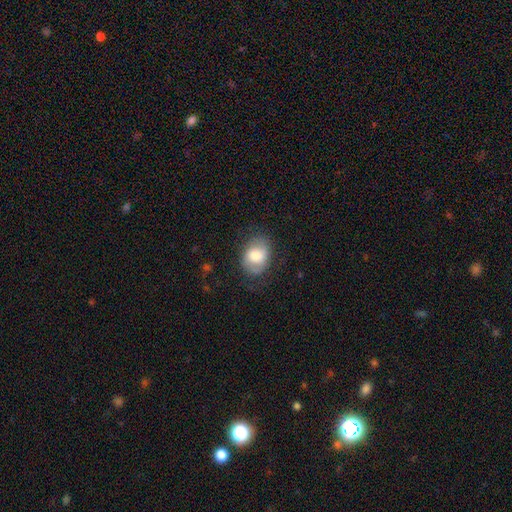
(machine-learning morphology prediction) Smooth or featured? Predicted: smooth (p=0.72). How rounded? Predicted: in between (p=0.70). Merging? Predicted: none (p=0.66).